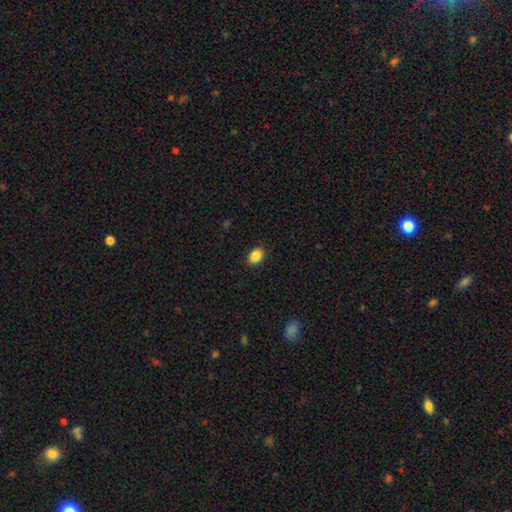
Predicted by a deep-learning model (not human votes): smooth_or_featured: smooth (p=0.87) [alt: star or artifact p=0.09]
how_rounded: in between (p=0.74) [alt: round p=0.25]
merging: none (p=0.90) [alt: minor disturbance p=0.07]